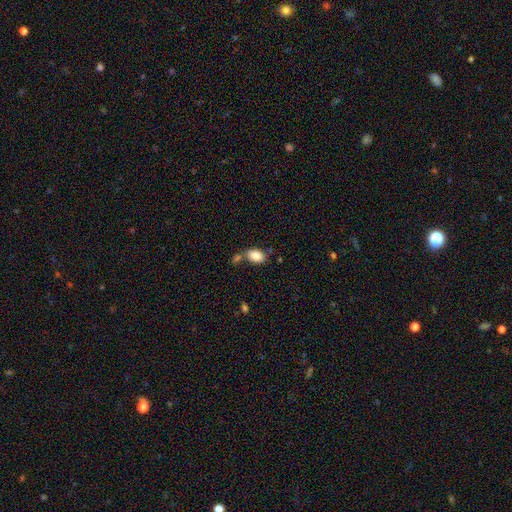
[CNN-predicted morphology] Smooth or featured?
  - smooth: 86% *
  - star or artifact: 8%
  - featured or disk: 6%
How rounded?
  - in between: 88% *
  - round: 10%
  - cigar-shaped: 1%
Merging?
  - none: 54% *
  - merger: 28%
  - minor disturbance: 14%
  - major disturbance: 5%